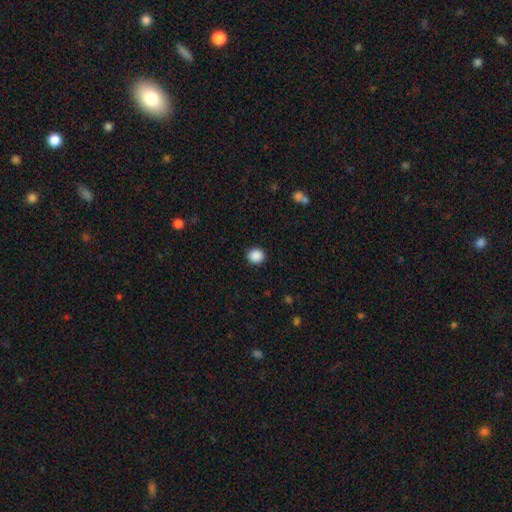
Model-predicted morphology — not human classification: smooth_or_featured: smooth (p=0.89) [alt: star or artifact p=0.09]
how_rounded: round (p=0.84) [alt: in between p=0.15]
merging: none (p=0.91) [alt: minor disturbance p=0.06]